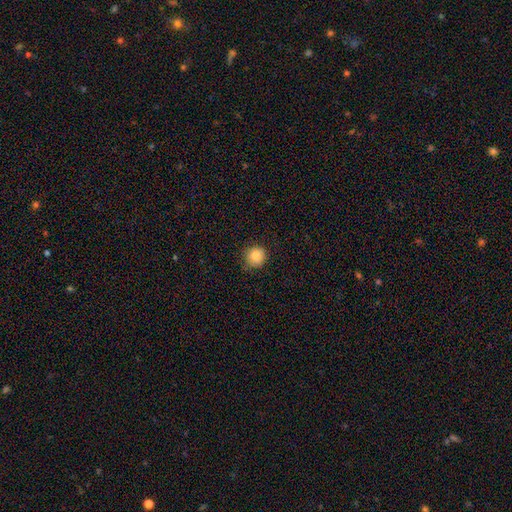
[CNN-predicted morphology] This is clearly a smooth galaxy (85%). How rounded: clearly round (92%). Merging: clearly none (84%).